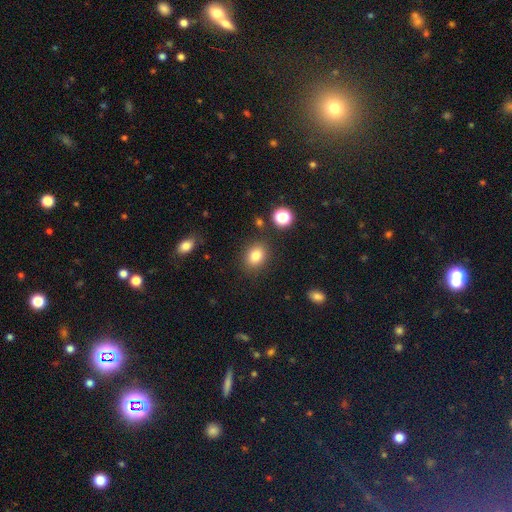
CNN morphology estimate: This is clearly a smooth galaxy (82%). How rounded: possibly in between (56%). Merging: clearly none (84%).